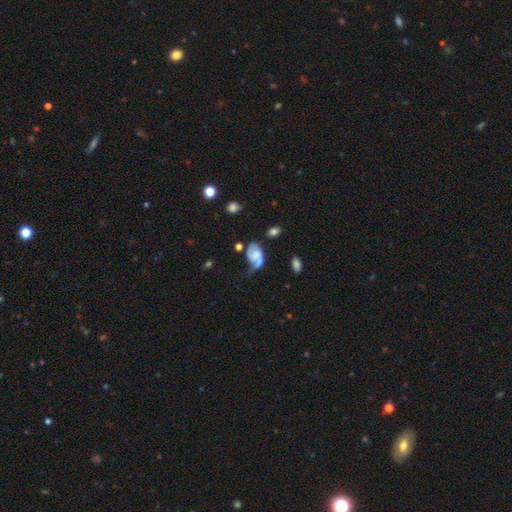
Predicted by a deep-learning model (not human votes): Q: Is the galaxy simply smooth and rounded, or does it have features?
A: featured or disk — 74%.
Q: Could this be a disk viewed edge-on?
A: no — 97%.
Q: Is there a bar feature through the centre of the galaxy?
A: no — 53%.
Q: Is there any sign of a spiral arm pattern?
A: yes — 92%.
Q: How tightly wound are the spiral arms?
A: medium — 43%.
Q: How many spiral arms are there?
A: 2 — 68%.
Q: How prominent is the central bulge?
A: none — 30%.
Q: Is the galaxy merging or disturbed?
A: none — 36%.